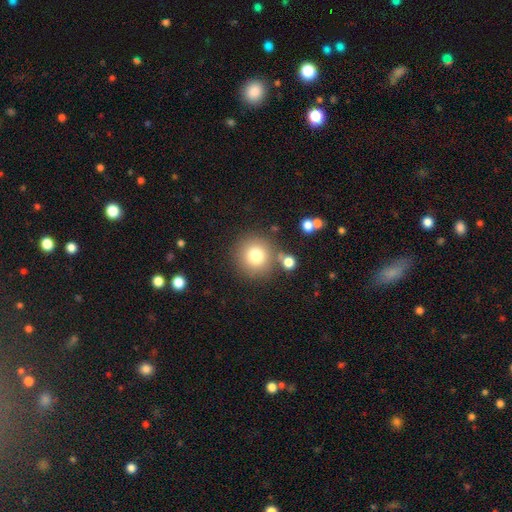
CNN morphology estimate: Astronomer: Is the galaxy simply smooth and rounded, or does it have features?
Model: smooth — 77%.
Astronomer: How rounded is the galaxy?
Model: round — 93%.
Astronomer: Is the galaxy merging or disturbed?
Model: none — 79%.